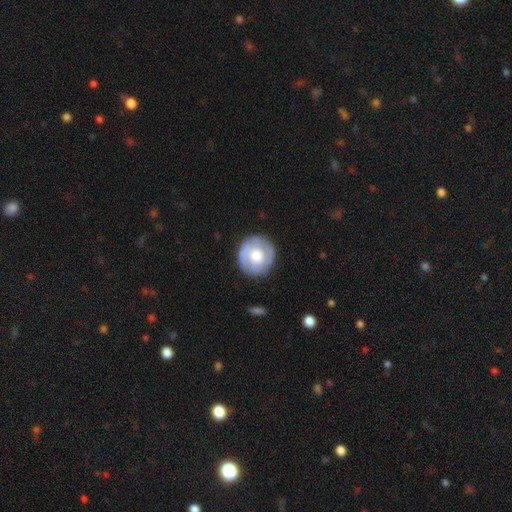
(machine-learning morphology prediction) Smooth or featured? Predicted: featured or disk (p=0.49). Merging? Predicted: none (p=0.81).